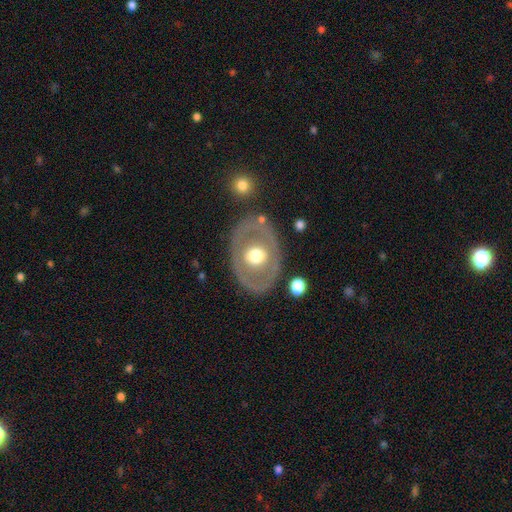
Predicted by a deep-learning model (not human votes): featured or disk 58%, smooth 37%, star or artifact 5%. Down the decision tree: edge-on disk — no (92%); bar — no (86%); spiral arms — no (90%); bulge size — moderate (58%); merging — none (78%).